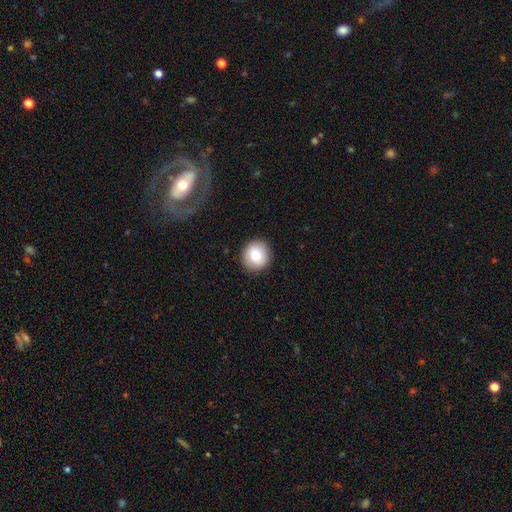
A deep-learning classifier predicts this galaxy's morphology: type=smooth (82%); roundness=round (87%); merging=none (90%).